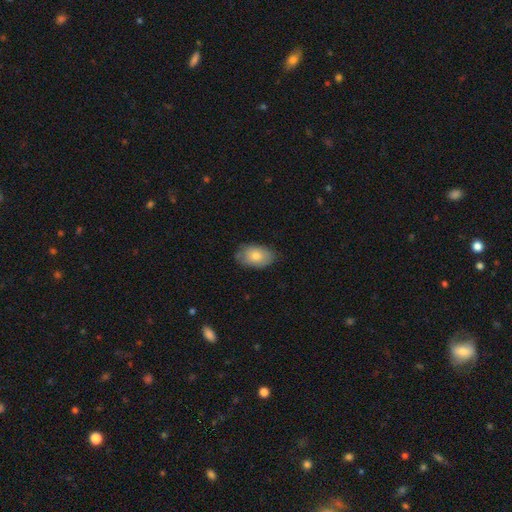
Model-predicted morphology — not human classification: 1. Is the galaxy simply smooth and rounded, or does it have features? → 76% smooth, 17% featured or disk, 6% star or artifact.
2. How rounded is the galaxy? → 91% in between, 8% round, 1% cigar-shaped.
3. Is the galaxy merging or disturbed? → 76% none, 19% minor disturbance, 3% major disturbance, 1% merger.